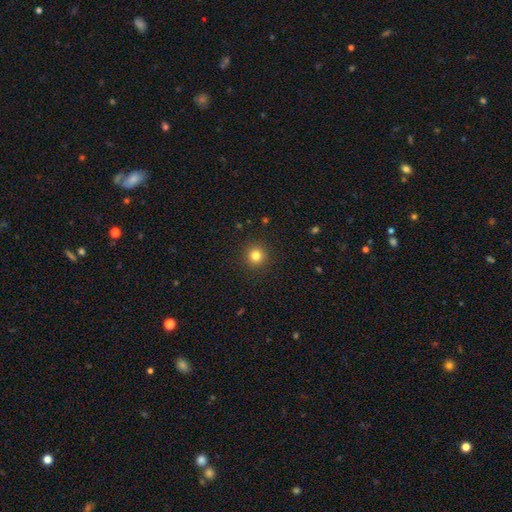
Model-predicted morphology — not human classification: smooth-or-featured: smooth: 81% | star or artifact: 13% | featured or disk: 6%
  how-rounded: round: 94% | in between: 5% | cigar-shaped: 1%
  merging: none: 92% | minor disturbance: 5% | major disturbance: 2% | merger: 1%